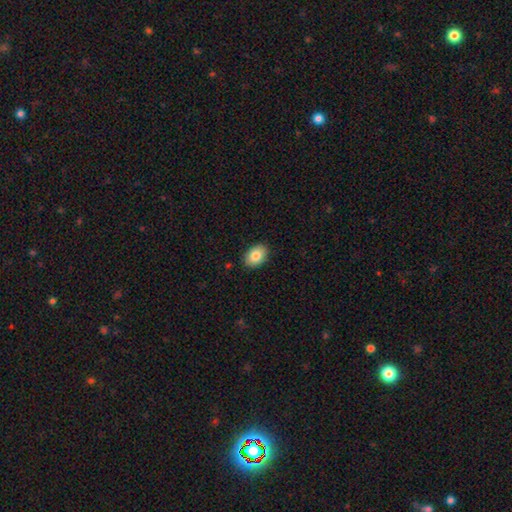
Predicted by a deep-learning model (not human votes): smooth 84%, featured or disk 8%, star or artifact 7%. Down the decision tree: how rounded — in between (83%); merging — none (89%).